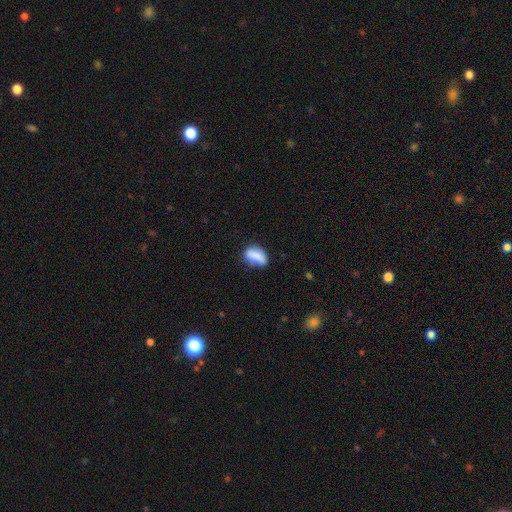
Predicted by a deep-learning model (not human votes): Smooth or featured?
  - smooth: 82% *
  - featured or disk: 10%
  - star or artifact: 8%
How rounded?
  - in between: 85% *
  - round: 12%
  - cigar-shaped: 3%
Merging?
  - none: 59% *
  - minor disturbance: 30%
  - major disturbance: 7%
  - merger: 4%